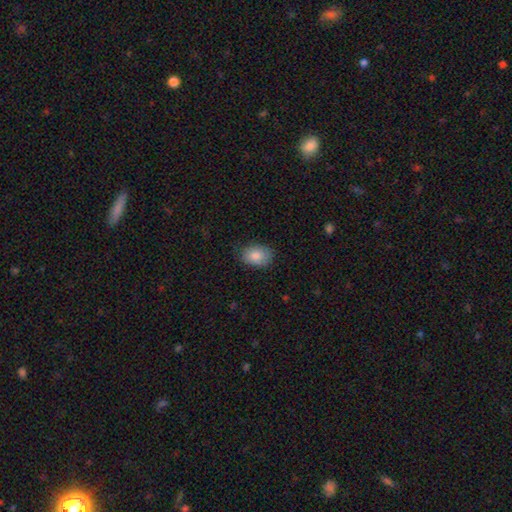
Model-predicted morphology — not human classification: A smooth galaxy with no disk features (85%) that is in between round and cigar-shaped (76%).

Vote fractions:
- Smooth or featured? smooth: 85% / star or artifact: 7% / featured or disk: 7%
- How rounded? in between: 76% / round: 23% / cigar-shaped: 1%
- Merging? none: 80% / minor disturbance: 16% / major disturbance: 3% / merger: 1%